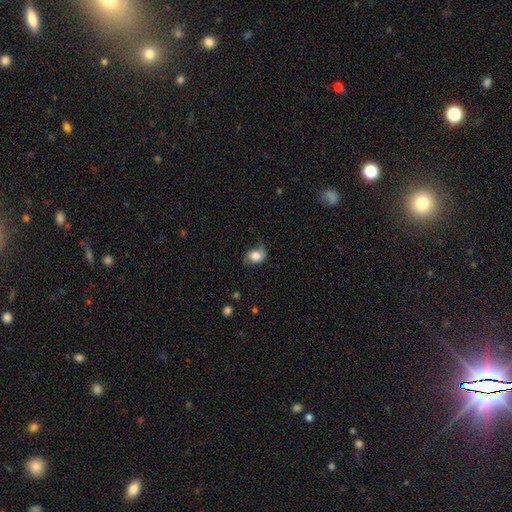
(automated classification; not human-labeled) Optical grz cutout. It shows a smooth galaxy with no disk features (75%) that is in between round and cigar-shaped (55%). Merging: none (50%).